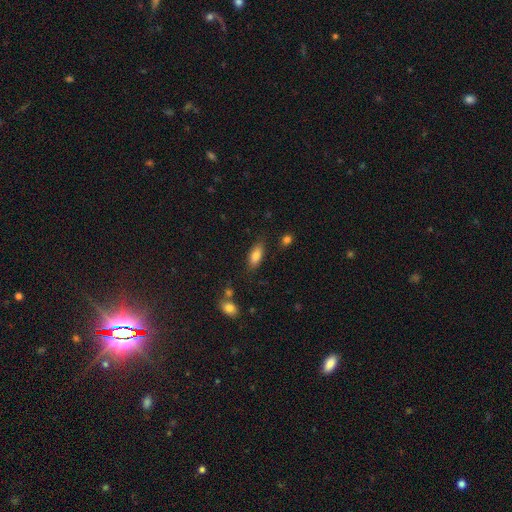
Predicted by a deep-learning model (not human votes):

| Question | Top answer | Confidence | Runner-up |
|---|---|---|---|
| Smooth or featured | smooth | 82% | featured or disk (11%) |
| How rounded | in between | 80% | cigar-shaped (17%) |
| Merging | none | 80% | minor disturbance (14%) |